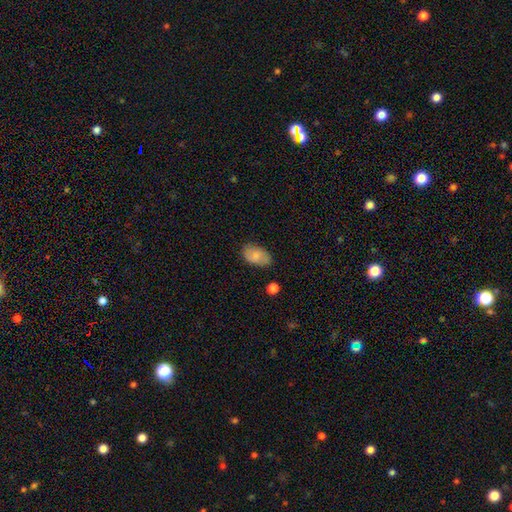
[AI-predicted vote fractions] This appears to be a smooth galaxy with no disk features (76%) that is in between round and cigar-shaped (92%). Merging: none (78%).